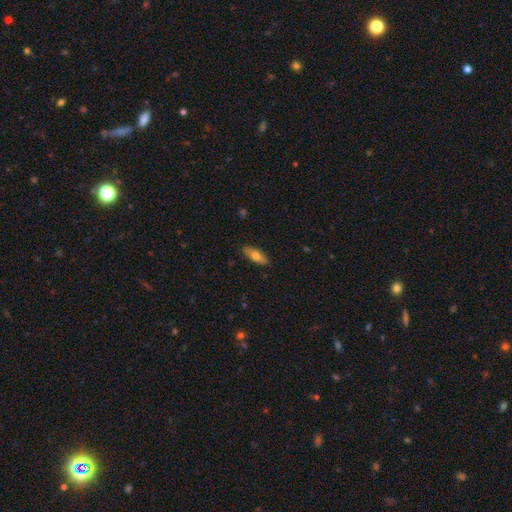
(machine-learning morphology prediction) Q: Smooth or featured?
A: smooth (70%); runner-up: featured or disk (23%)
Q: How rounded?
A: in between (63%); runner-up: cigar-shaped (35%)
Q: Merging?
A: none (88%); runner-up: minor disturbance (9%)